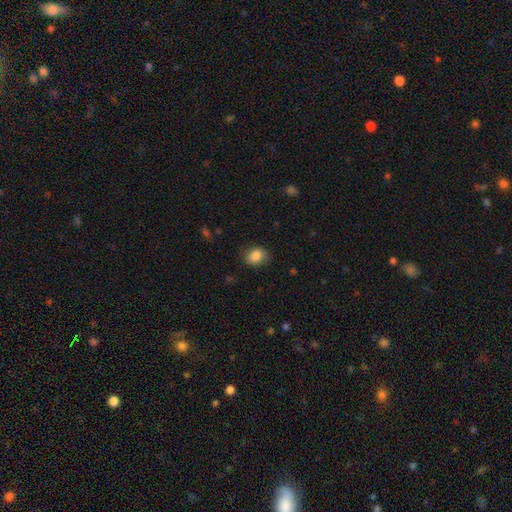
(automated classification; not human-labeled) Smooth or featured: smooth — 86% (star or artifact — 8%)
How rounded: in between — 54% (round — 45%)
Merging: none — 78% (minor disturbance — 16%)